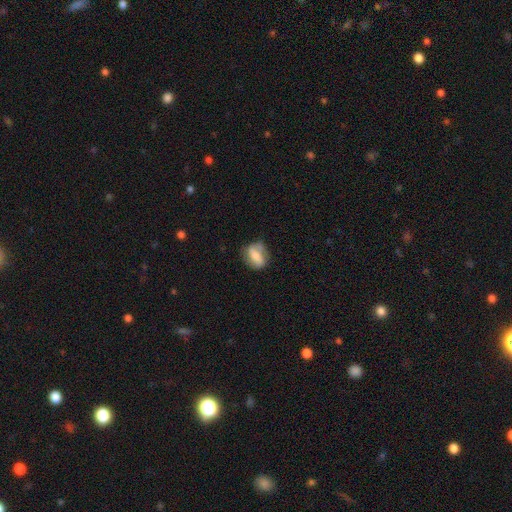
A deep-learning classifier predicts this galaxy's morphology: This appears to be a smooth galaxy with no disk features (49%). Merging: none (63%).